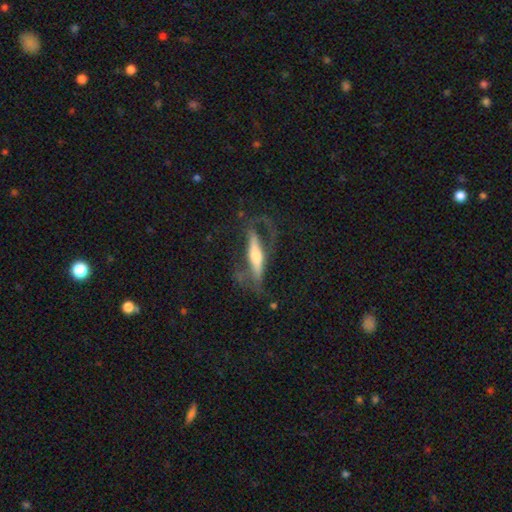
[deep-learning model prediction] featured or disk 70%, smooth 24%, star or artifact 6%. Down the decision tree: edge-on disk — yes (75%); edge-on bulge — rounded (79%); merging — none (46%).